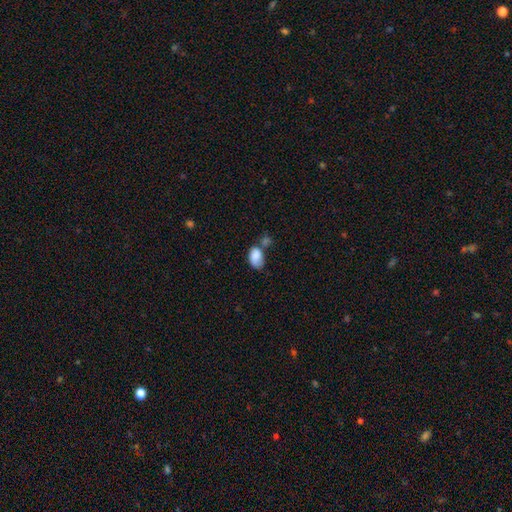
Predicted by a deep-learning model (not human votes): Smooth or featured?
  - smooth: 83% *
  - featured or disk: 9%
  - star or artifact: 8%
How rounded?
  - in between: 88% *
  - round: 11%
  - cigar-shaped: 1%
Merging?
  - merger: 33% *
  - none: 30%
  - minor disturbance: 23%
  - major disturbance: 14%